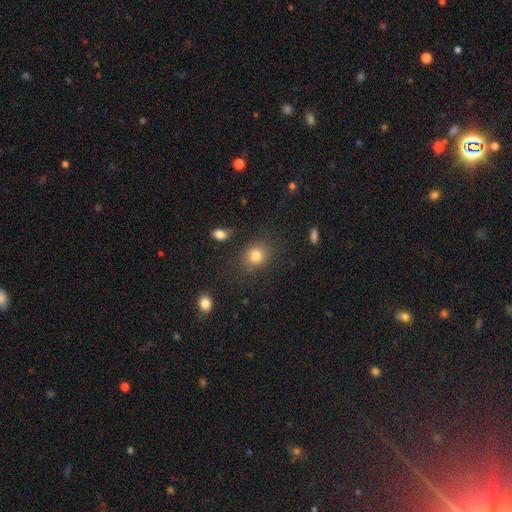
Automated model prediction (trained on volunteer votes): Smooth or featured: smooth — 81% (star or artifact — 12%)
How rounded: round — 62% (in between — 37%)
Merging: none — 81% (minor disturbance — 12%)